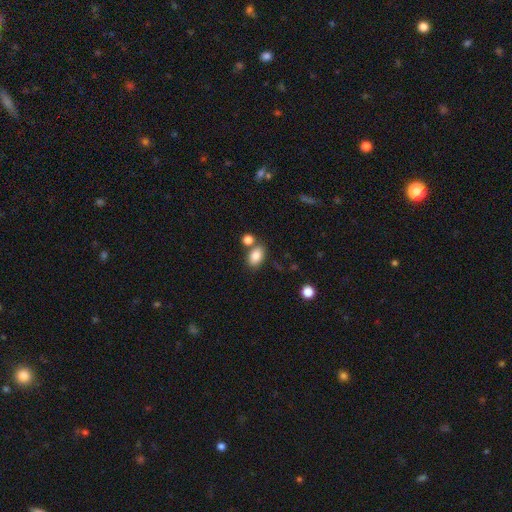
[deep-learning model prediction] Smooth or featured? Predicted: smooth (p=0.84). How rounded? Predicted: in between (p=0.84). Merging? Predicted: none (p=0.64).